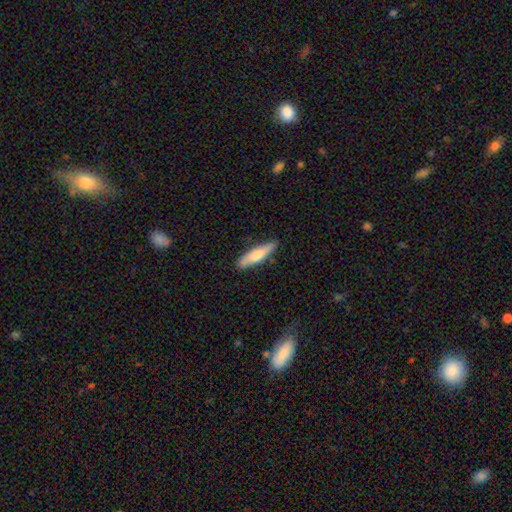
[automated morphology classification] type=smooth (61%); roundness=cigar-shaped (79%); merging=none (85%).